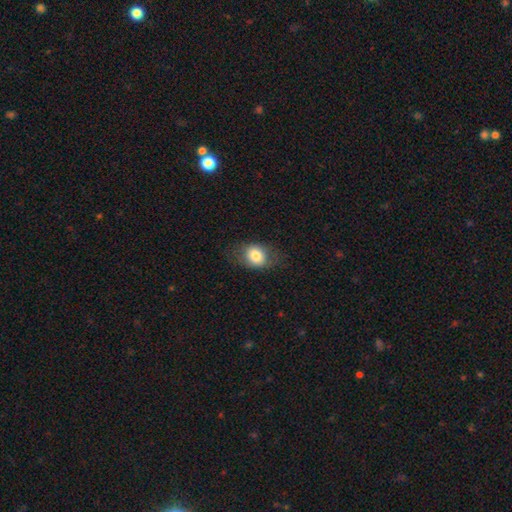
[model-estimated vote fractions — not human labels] Smooth or featured? smooth (78%)
How rounded? in between (58%)
Merging? none (74%)